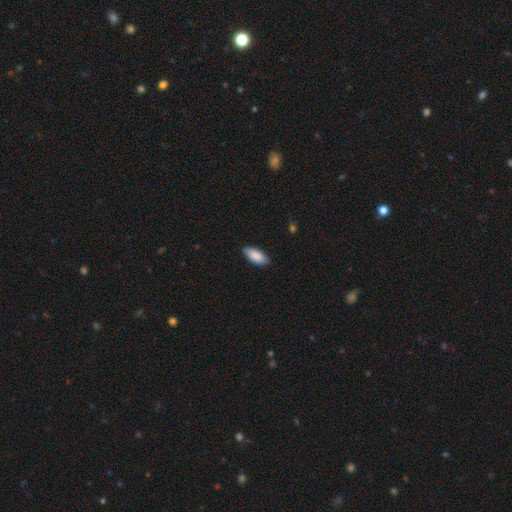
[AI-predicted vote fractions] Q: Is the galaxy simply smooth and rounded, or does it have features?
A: smooth — 89%.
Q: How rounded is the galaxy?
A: in between — 85%.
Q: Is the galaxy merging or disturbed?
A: none — 85%.